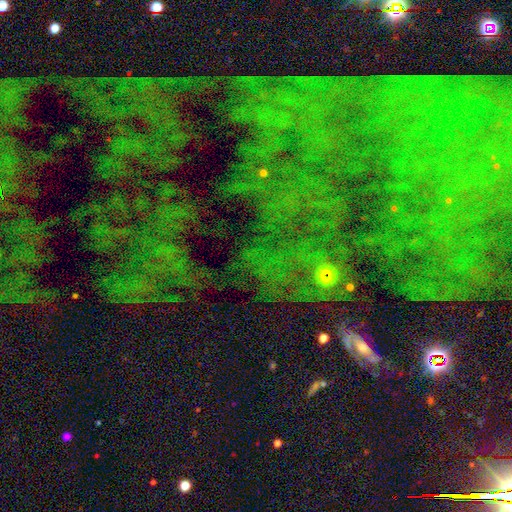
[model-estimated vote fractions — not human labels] Smooth or featured: star or artifact — 69% (smooth — 18%)